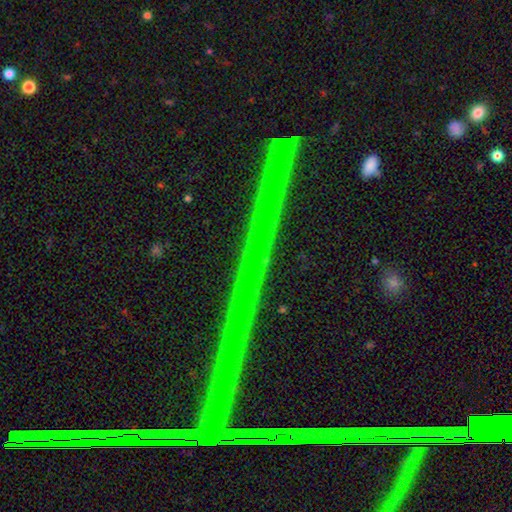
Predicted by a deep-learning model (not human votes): Smooth or featured: star or artifact — 83% (featured or disk — 12%)